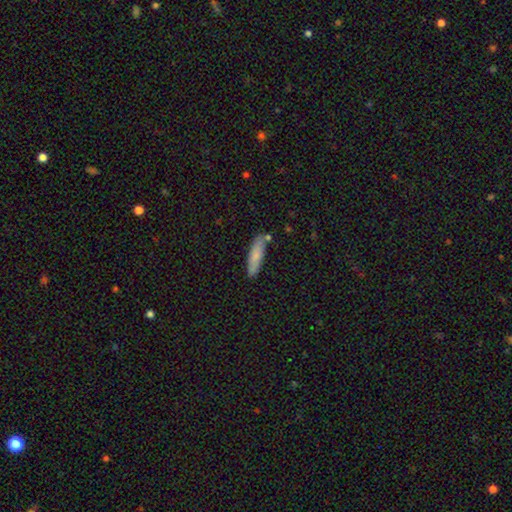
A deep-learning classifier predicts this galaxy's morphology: smooth-or-featured: smooth: 77% | featured or disk: 17% | star or artifact: 6%
  how-rounded: cigar-shaped: 67% | in between: 31% | round: 2%
  merging: none: 76% | minor disturbance: 15% | merger: 6% | major disturbance: 3%